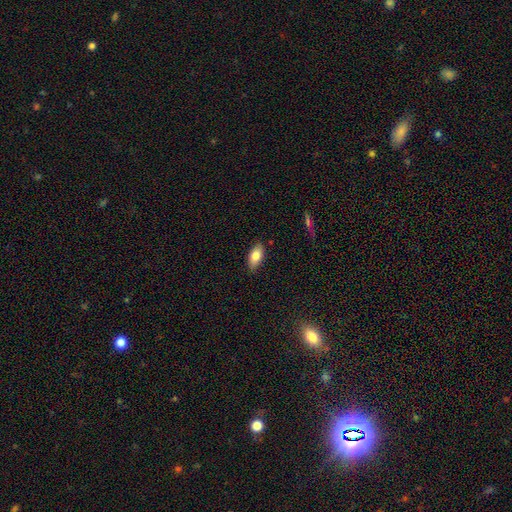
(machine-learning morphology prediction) smooth-or-featured: smooth: 79% | featured or disk: 14% | star or artifact: 7%
  how-rounded: in between: 89% | cigar-shaped: 7% | round: 3%
  merging: none: 86% | minor disturbance: 11% | major disturbance: 2% | merger: 1%